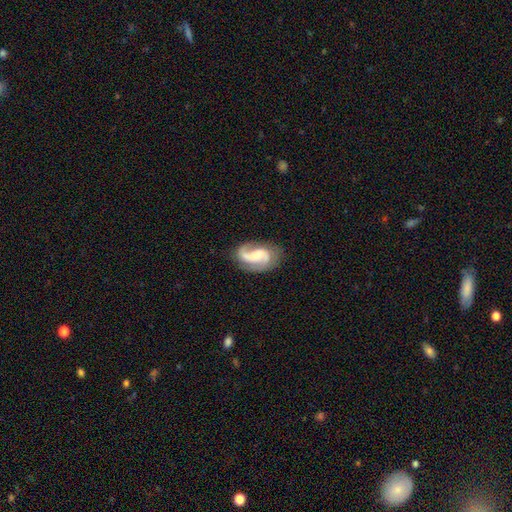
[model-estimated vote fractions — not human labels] The model was most divided on "bar": no: 43%, weak: 41%, strong: 16%. Remaining: edge-on disk — no (98%); spiral arms — yes (96%); spiral arm count — 2 (86%); smooth or featured — featured or disk (83%); merging — none (70%); spiral winding — medium (48%); bulge size — small (42%).